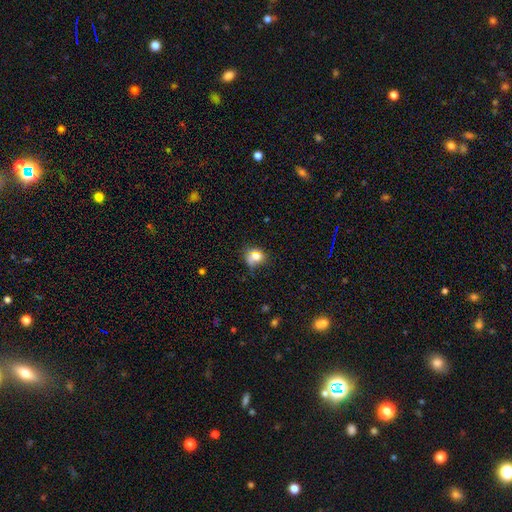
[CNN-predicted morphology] A smooth galaxy with no disk features (76%) that is round (66%).

Vote fractions:
- Smooth or featured? smooth: 76% / featured or disk: 12% / star or artifact: 12%
- How rounded? round: 66% / in between: 33% / cigar-shaped: 1%
- Merging? none: 50% / minor disturbance: 30% / major disturbance: 12% / merger: 8%